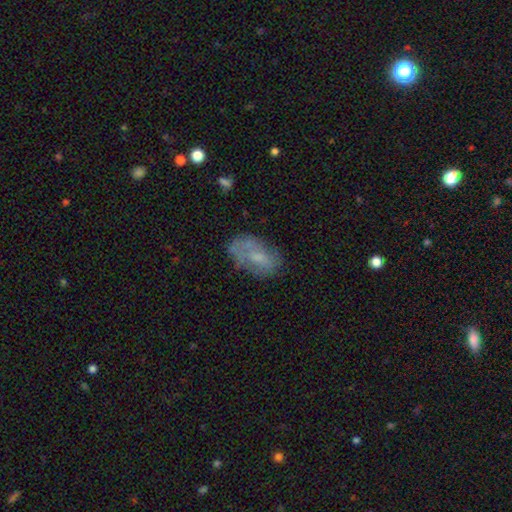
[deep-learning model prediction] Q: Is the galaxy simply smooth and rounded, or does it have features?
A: smooth — 55%.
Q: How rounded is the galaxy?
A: in between — 90%.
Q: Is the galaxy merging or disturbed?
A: none — 55%.